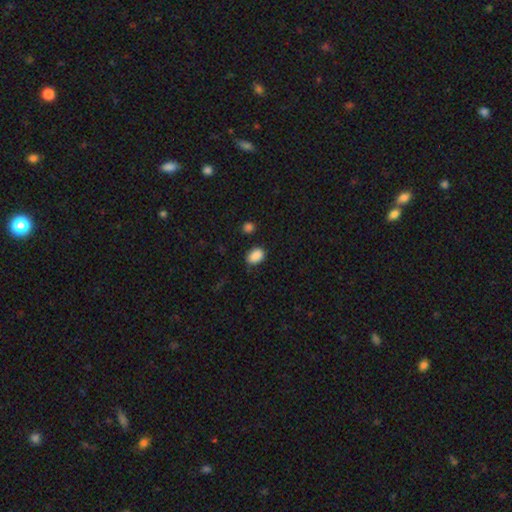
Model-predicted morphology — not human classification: smooth-or-featured: smooth: 88% | star or artifact: 8% | featured or disk: 3%
  how-rounded: in between: 81% | round: 18% | cigar-shaped: 1%
  merging: none: 74% | minor disturbance: 19% | major disturbance: 4% | merger: 3%